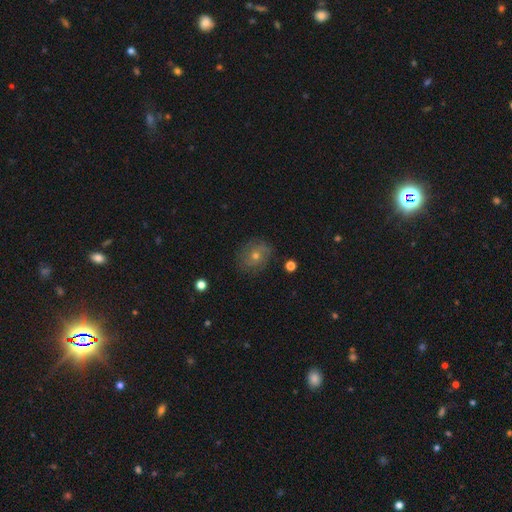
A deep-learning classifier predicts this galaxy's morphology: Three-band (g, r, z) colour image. It shows a smooth galaxy with no disk features (43%). Merging: none (81%).